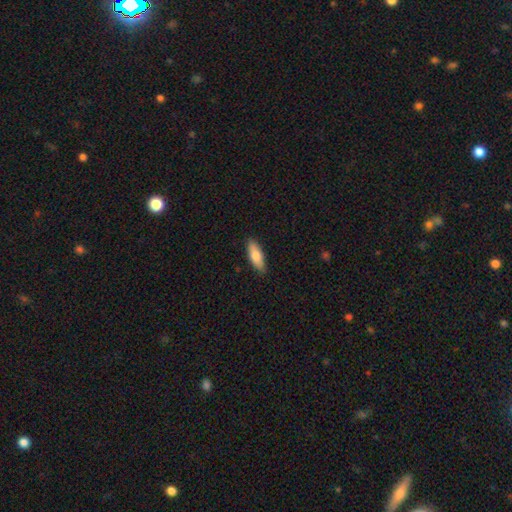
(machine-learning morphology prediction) Smooth or featured: smooth — 79% (featured or disk — 15%)
How rounded: in between — 62% (cigar-shaped — 35%)
Merging: none — 88% (minor disturbance — 9%)